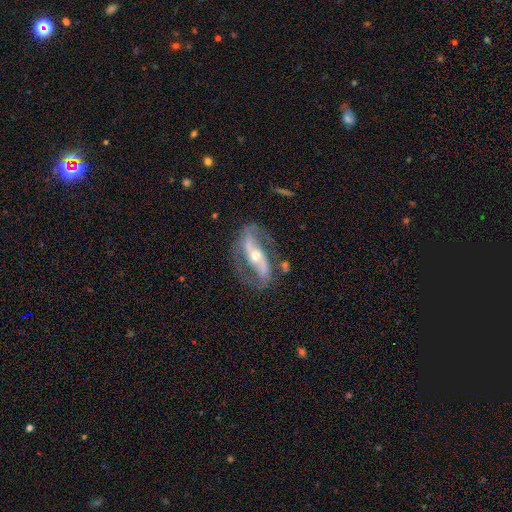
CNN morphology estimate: This is clearly a featured or disk galaxy (86%). It is clearly not viewed edge-on (91%). Bar: possibly strong (51%). Spiral arm pattern: clearly yes (89%). Spiral arm count: clearly 2 (90%). Spiral winding: marginally medium (44%). Central bulge: possibly moderate (56%). Merging: likely none (72%).